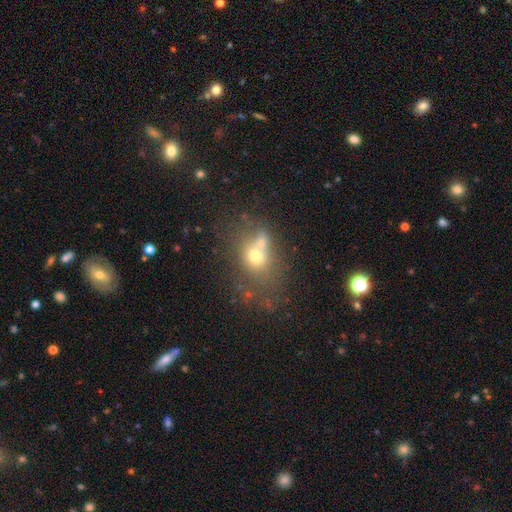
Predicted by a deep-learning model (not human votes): A smooth galaxy with no disk features (60%) that is round (54%). Merging: merger (44%).